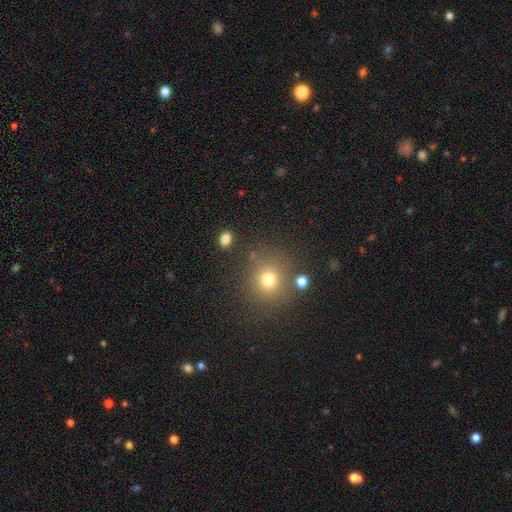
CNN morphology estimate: Overall: smooth (62%; star or artifact 30%). How rounded: round (92%). Merging: none (85%).